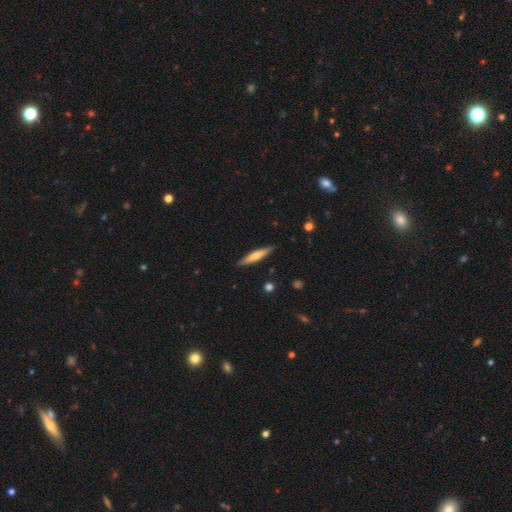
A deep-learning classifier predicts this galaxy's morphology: The model was most divided on "smooth or featured": smooth: 56%, featured or disk: 38%, star or artifact: 6%. More confident: how rounded — cigar-shaped (90%); merging — none (89%).